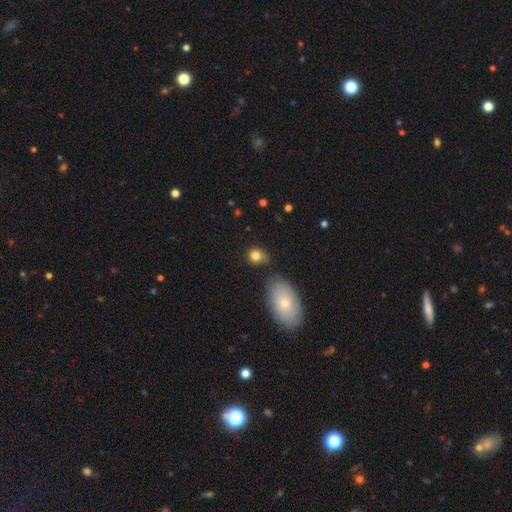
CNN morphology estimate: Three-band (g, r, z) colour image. It shows a smooth galaxy with no disk features (82%) that is round (65%). Merging: none (64%).